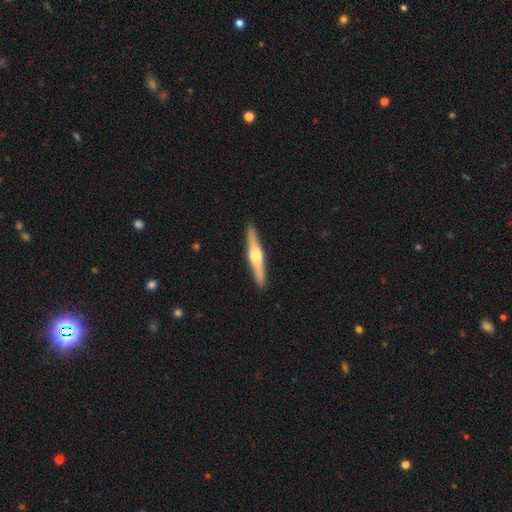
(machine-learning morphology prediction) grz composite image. It shows a featured or disk galaxy (67%) viewed edge-on (97%) with a rounded central bulge (94%). Merging: none (92%).